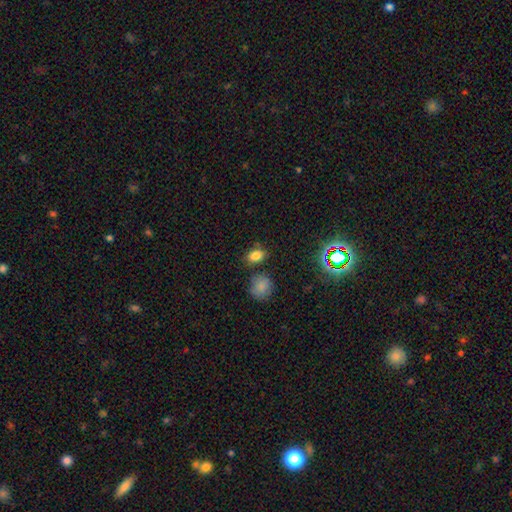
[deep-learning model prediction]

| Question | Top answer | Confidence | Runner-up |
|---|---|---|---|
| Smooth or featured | smooth | 80% | star or artifact (14%) |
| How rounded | in between | 78% | round (20%) |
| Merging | none | 76% | minor disturbance (13%) |